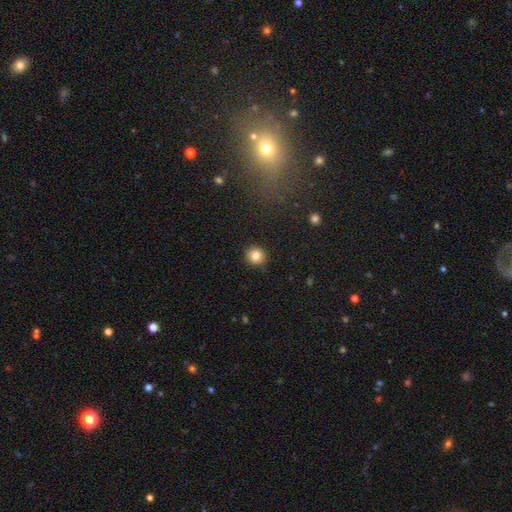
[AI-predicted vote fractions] This appears to be a smooth galaxy with no disk features (82%) that is round (88%). Merging: none (91%).